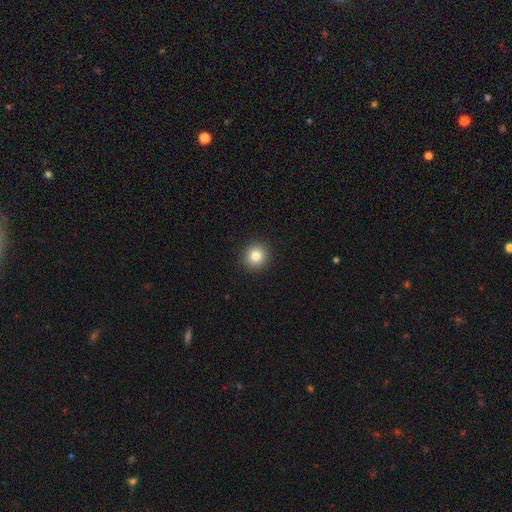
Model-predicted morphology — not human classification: type=smooth (83%); roundness=round (91%); merging=none (93%).